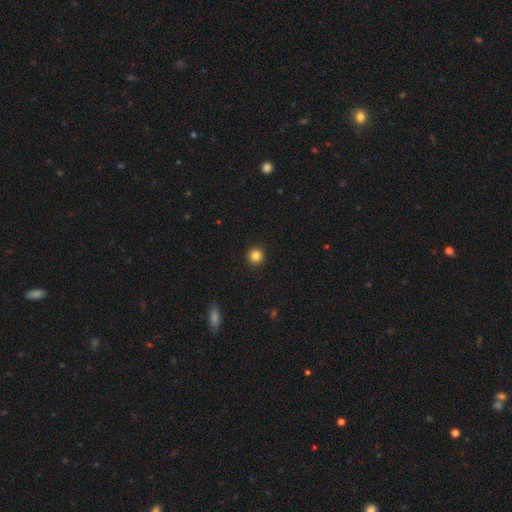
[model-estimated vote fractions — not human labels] Smooth or featured? Predicted: smooth (p=0.85). How rounded? Predicted: round (p=0.95). Merging? Predicted: none (p=0.93).